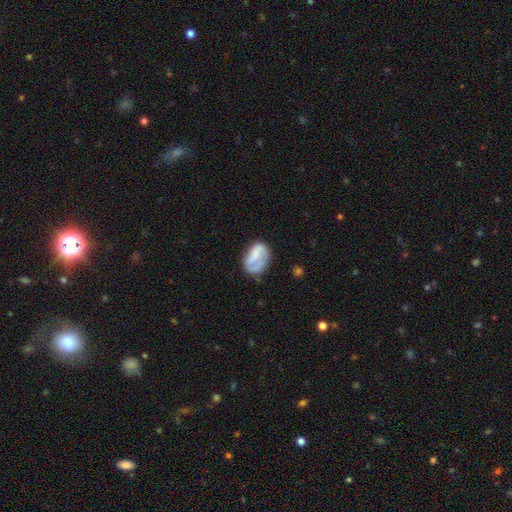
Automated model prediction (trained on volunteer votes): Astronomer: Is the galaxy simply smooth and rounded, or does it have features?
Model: smooth — 56% (runner-up: featured or disk, 36%).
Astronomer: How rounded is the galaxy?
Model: in between — 82%.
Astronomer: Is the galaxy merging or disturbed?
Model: none — 46% (runner-up: minor disturbance, 29%).